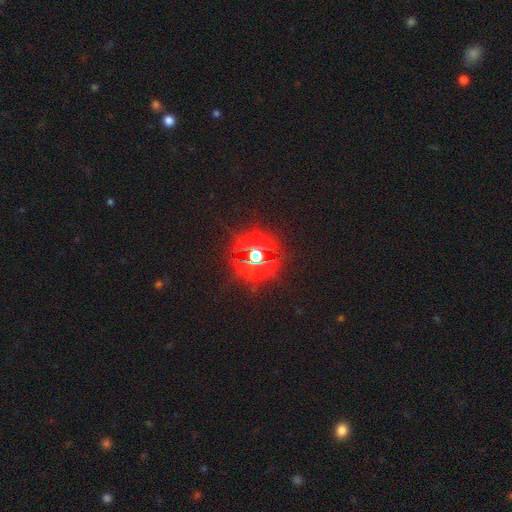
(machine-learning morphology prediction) This is likely a star or artifact rather than a galaxy (78%).